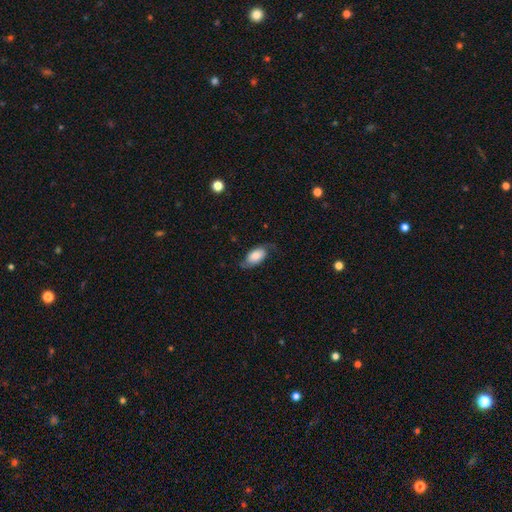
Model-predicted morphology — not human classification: smooth_or_featured: smooth (p=0.59) [alt: featured or disk p=0.33]
how_rounded: in between (p=0.92) [alt: round p=0.05]
merging: none (p=0.62) [alt: minor disturbance p=0.25]